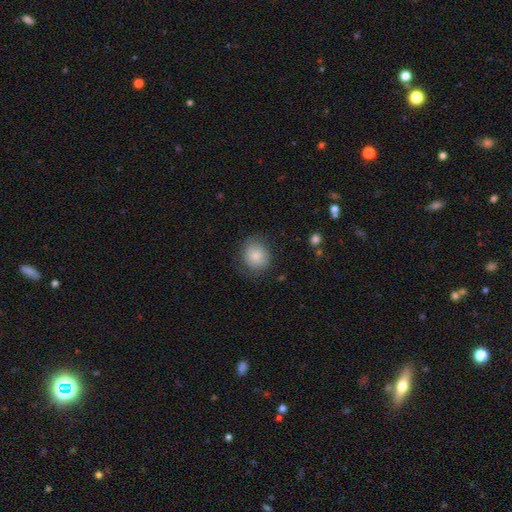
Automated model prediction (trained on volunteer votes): This is likely a smooth galaxy (78%). How rounded: likely round (78%). Merging: likely none (74%).